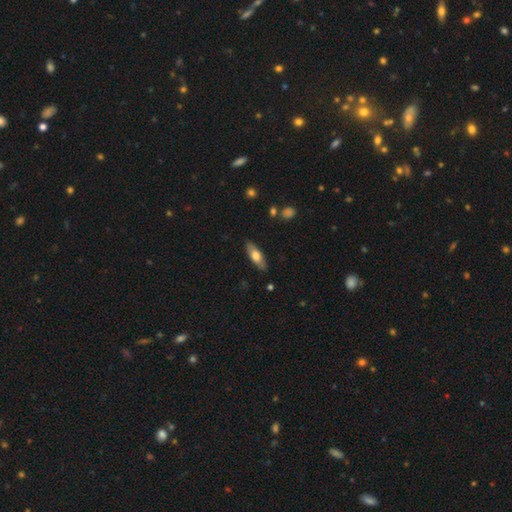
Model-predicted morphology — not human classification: smooth 62%, featured or disk 32%, star or artifact 6%. Down the decision tree: how rounded — in between (64%); merging — none (85%).